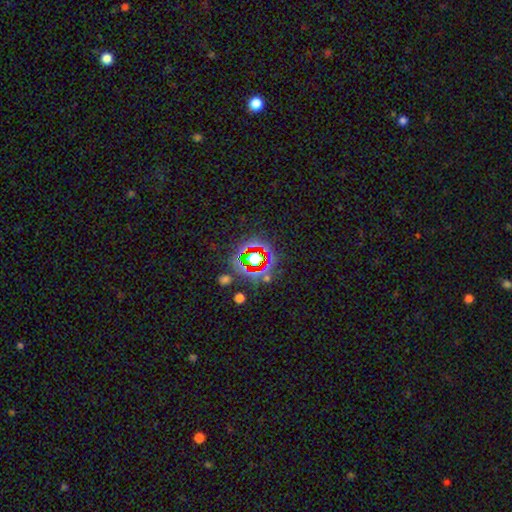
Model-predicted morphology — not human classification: A star or artifact, not a galaxy (65%).

Vote fractions:
- Smooth or featured? star or artifact: 65% / smooth: 22% / featured or disk: 13%